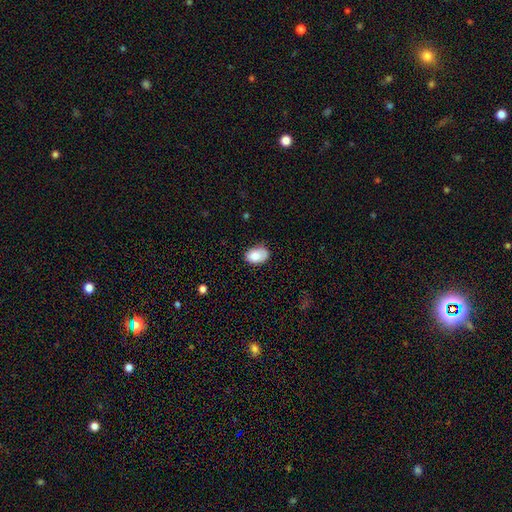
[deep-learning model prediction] smooth_or_featured: smooth (p=0.84) [alt: featured or disk p=0.08]
how_rounded: in between (p=0.86) [alt: round p=0.13]
merging: none (p=0.64) [alt: minor disturbance p=0.28]